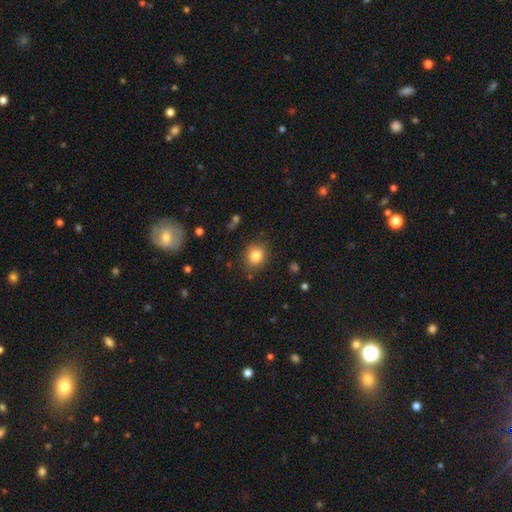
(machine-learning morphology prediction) smooth-or-featured: smooth: 83% | star or artifact: 11% | featured or disk: 6%
  how-rounded: round: 77% | in between: 23% | cigar-shaped: 1%
  merging: none: 85% | minor disturbance: 10% | major disturbance: 3% | merger: 2%